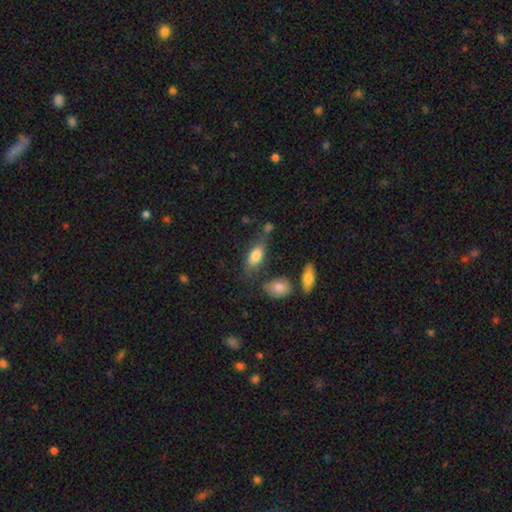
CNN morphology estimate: A smooth galaxy with no disk features (79%) that is in between round and cigar-shaped (87%).

Vote fractions:
- Smooth or featured? smooth: 79% / featured or disk: 14% / star or artifact: 7%
- How rounded? in between: 87% / cigar-shaped: 9% / round: 4%
- Merging? none: 59% / minor disturbance: 22% / merger: 11% / major disturbance: 8%